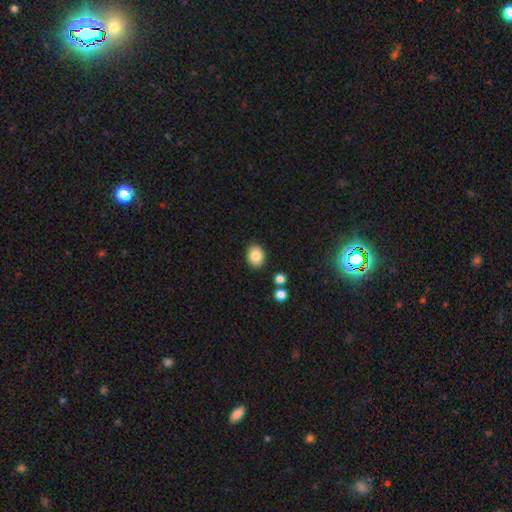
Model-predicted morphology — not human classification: Q: Smooth or featured?
A: smooth (85%); runner-up: star or artifact (8%)
Q: How rounded?
A: in between (64%); runner-up: round (36%)
Q: Merging?
A: none (87%); runner-up: minor disturbance (8%)